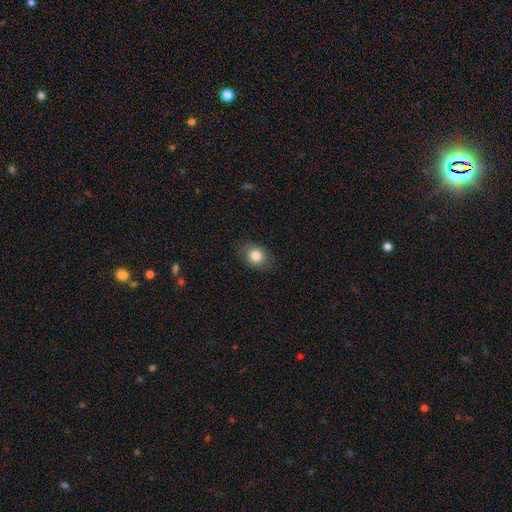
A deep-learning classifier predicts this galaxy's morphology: smooth 83%, star or artifact 9%, featured or disk 8%. Down the decision tree: how rounded — round (50%); merging — none (82%).